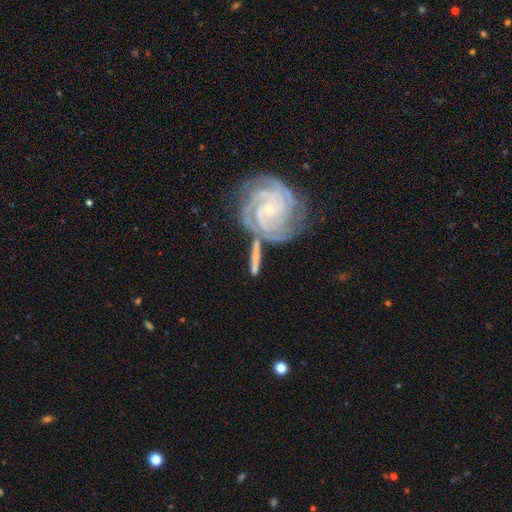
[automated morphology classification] The model was most divided on "merging": none: 56%, merger: 23%, minor disturbance: 15%, major disturbance: 6%. More confident: spiral arms — yes (90%); bulge size — small (80%); edge-on disk — no (78%); smooth or featured — featured or disk (70%); bar — no (63%).